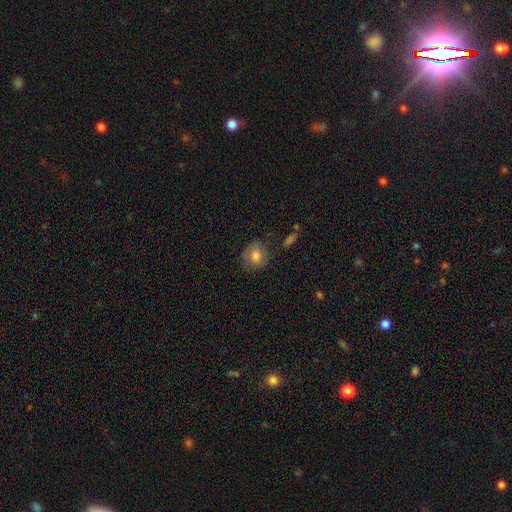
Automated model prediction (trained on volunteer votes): This is likely a smooth galaxy (76%). How rounded: likely round (69%). Merging: likely none (71%).